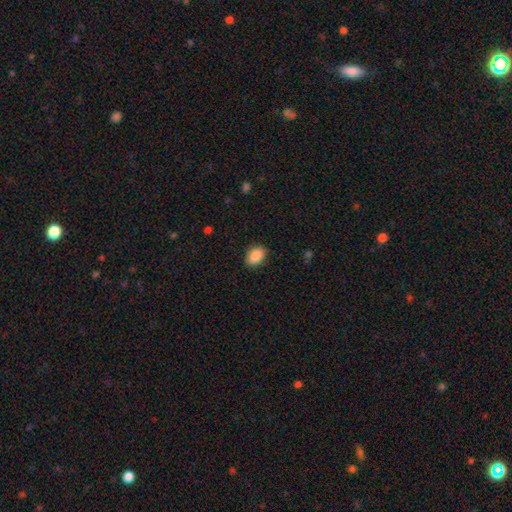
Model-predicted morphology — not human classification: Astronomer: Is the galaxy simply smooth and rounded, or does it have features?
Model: smooth — 89%.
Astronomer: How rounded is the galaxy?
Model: in between — 85%.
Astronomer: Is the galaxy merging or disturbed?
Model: none — 86%.